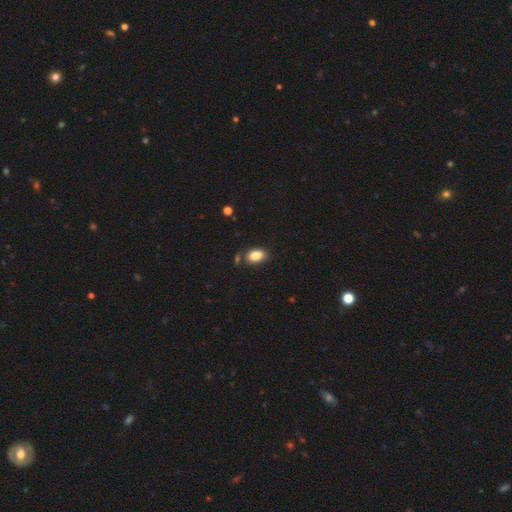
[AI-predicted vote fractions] Smooth or featured?
  - smooth: 86% *
  - star or artifact: 9%
  - featured or disk: 5%
How rounded?
  - in between: 88% *
  - round: 11%
  - cigar-shaped: 2%
Merging?
  - none: 77% *
  - minor disturbance: 13%
  - merger: 7%
  - major disturbance: 3%